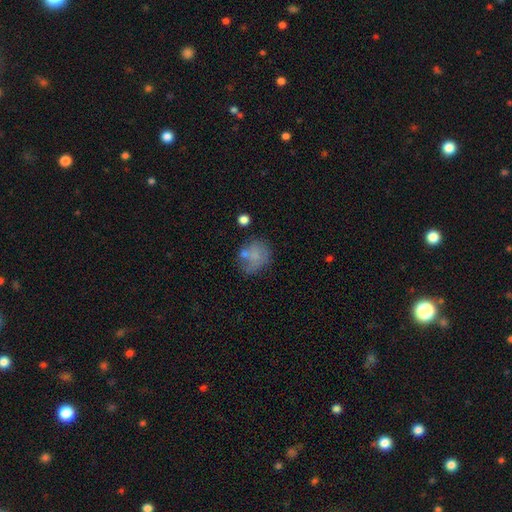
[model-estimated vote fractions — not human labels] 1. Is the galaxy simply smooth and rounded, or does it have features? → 61% smooth, 27% featured or disk, 12% star or artifact.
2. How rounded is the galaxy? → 61% round, 38% in between, 1% cigar-shaped.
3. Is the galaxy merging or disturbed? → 47% none, 23% minor disturbance, 17% major disturbance, 13% merger.